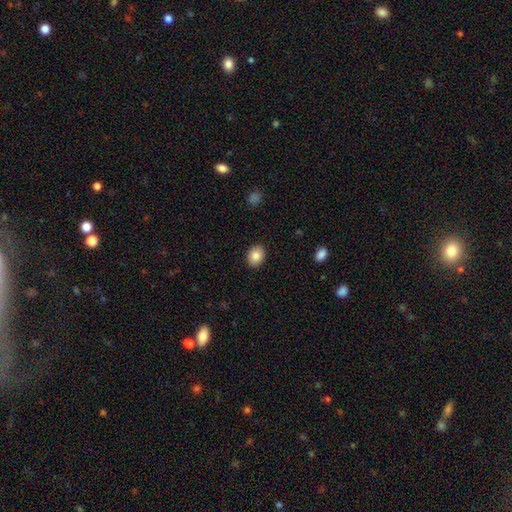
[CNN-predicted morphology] smooth_or_featured: smooth (p=0.86) [alt: star or artifact p=0.08]
how_rounded: in between (p=0.55) [alt: round p=0.44]
merging: none (p=0.90) [alt: minor disturbance p=0.07]